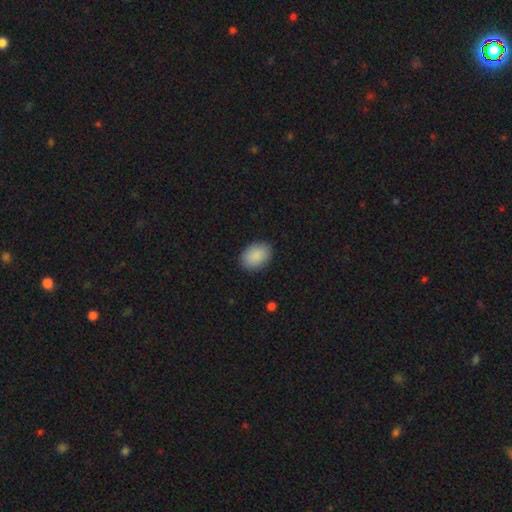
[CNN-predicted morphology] Overall: smooth (90%). How rounded: in between (76%). Merging: none (88%).